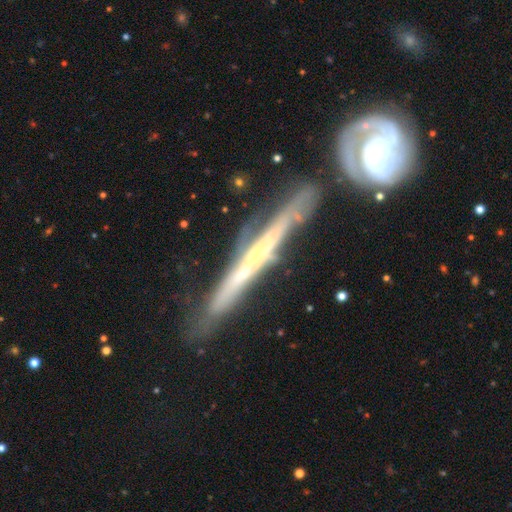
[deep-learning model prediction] This is likely a featured or disk galaxy (74%). It is clearly viewed edge-on (87%). Edge-on bulge: likely none (66%). Merging: likely none (64%).